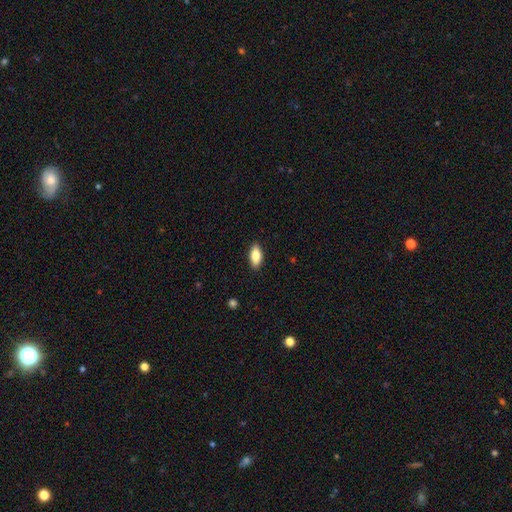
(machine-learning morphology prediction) Smooth or featured: smooth — 80% (featured or disk — 14%)
How rounded: in between — 84% (cigar-shaped — 13%)
Merging: none — 89% (minor disturbance — 8%)